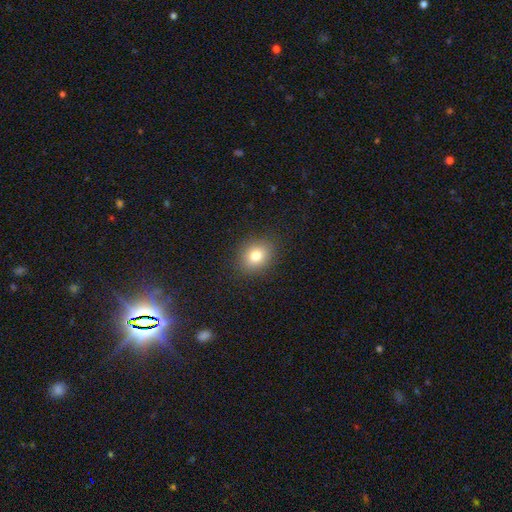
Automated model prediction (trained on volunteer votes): Morphology: type=smooth (79%); roundness=round (54%); merging=none (88%).